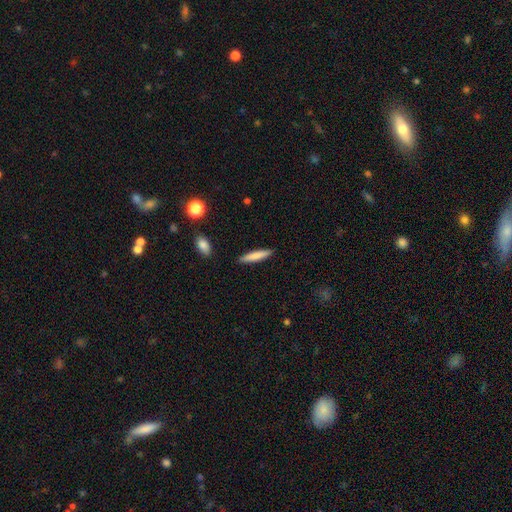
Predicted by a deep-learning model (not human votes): Smooth or featured? Predicted: smooth (p=0.77). How rounded? Predicted: cigar-shaped (p=0.89). Merging? Predicted: none (p=0.90).